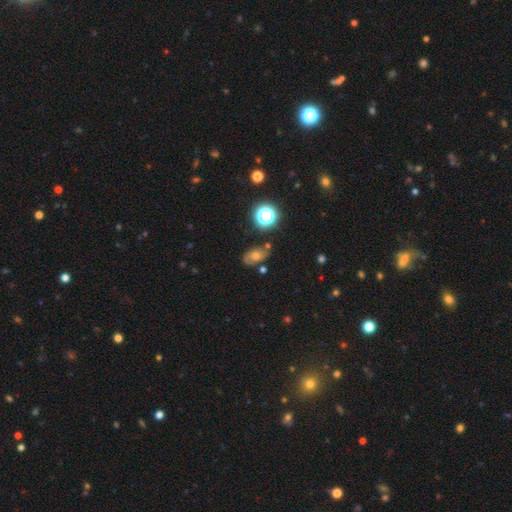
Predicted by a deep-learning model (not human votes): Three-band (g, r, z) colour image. It shows a smooth galaxy with no disk features (38%). Merging: none (76%).